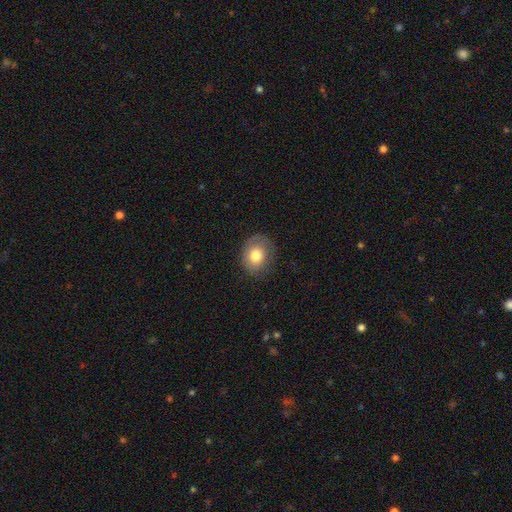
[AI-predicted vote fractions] A smooth galaxy with no disk features (76%) that is in between round and cigar-shaped (51%).

Vote fractions:
- Smooth or featured? smooth: 76% / featured or disk: 16% / star or artifact: 8%
- How rounded? in between: 51% / round: 48% / cigar-shaped: 1%
- Merging? none: 79% / minor disturbance: 15% / major disturbance: 5% / merger: 1%